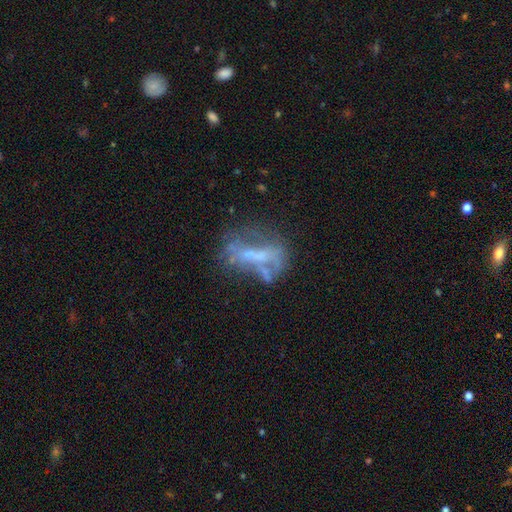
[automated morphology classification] featured or disk 61%, smooth 23%, star or artifact 16%. Down the decision tree: edge-on disk — no (89%); bar — no (56%); spiral arms — no (83%); bulge size — none (49%); merging — none (41%).